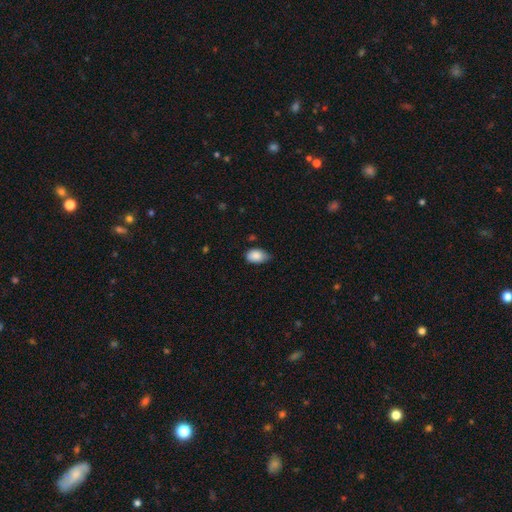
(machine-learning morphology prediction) This is clearly a smooth galaxy (87%). How rounded: clearly in between (89%). Merging: possibly none (56%).